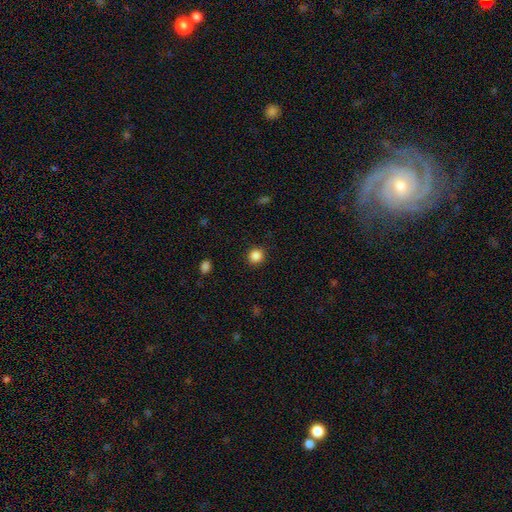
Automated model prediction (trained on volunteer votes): This is clearly a smooth galaxy (86%). How rounded: clearly round (89%). Merging: clearly none (91%).